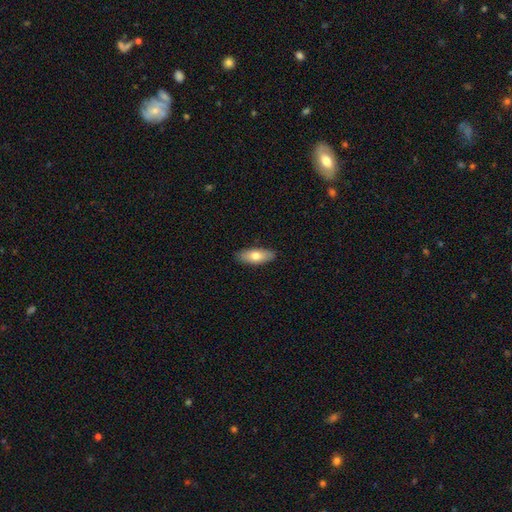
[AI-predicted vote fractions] smooth 73%, featured or disk 22%, star or artifact 6%. Down the decision tree: how rounded — in between (78%); merging — none (88%).